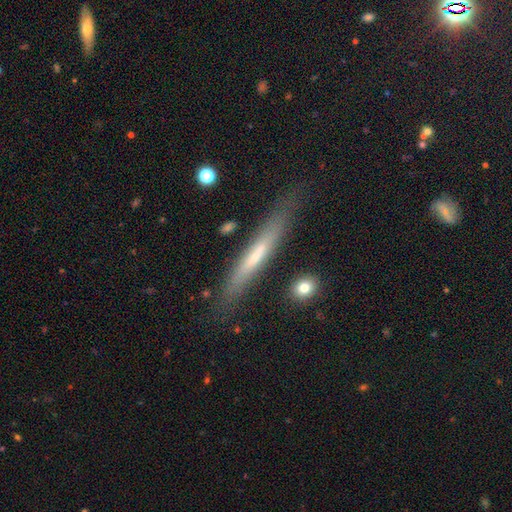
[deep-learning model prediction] Morphology: type=featured or disk (50%); merging=none (80%).